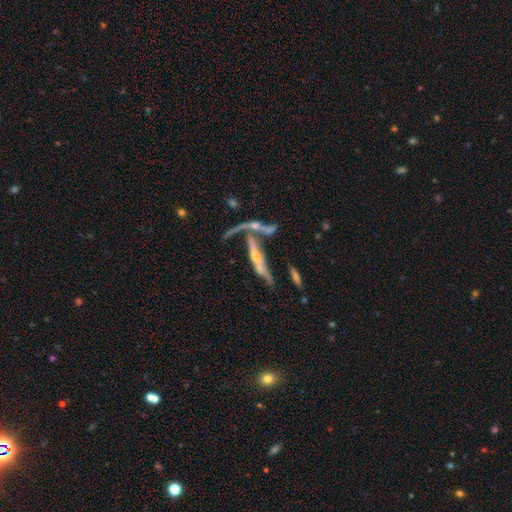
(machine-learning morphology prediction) A featured or disk galaxy (73%) viewed edge-on (63%). Merging: merger (40%).